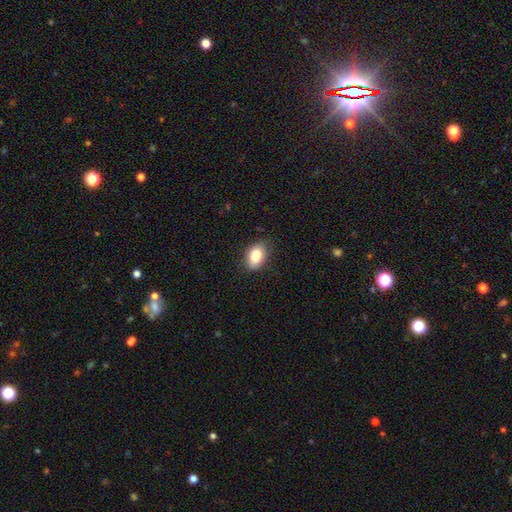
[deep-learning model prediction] smooth 86%, star or artifact 7%, featured or disk 6%. Down the decision tree: how rounded — in between (89%); merging — none (81%).